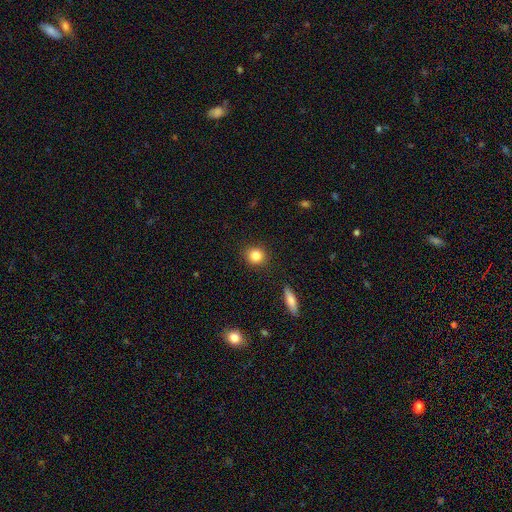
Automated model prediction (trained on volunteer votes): This appears to be a smooth galaxy with no disk features (84%) that is round (86%). Merging: none (90%).